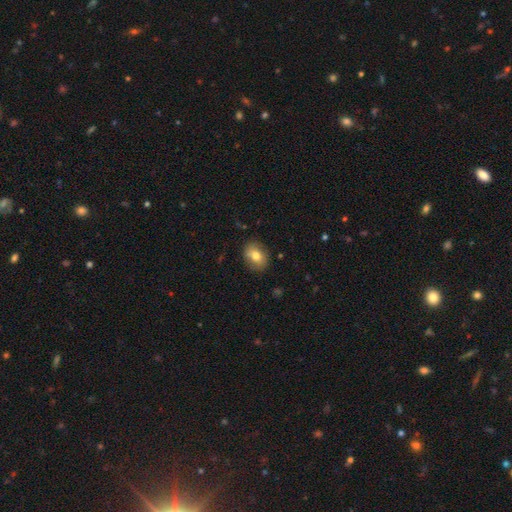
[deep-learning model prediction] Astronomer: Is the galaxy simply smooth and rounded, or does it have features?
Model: smooth — 74%.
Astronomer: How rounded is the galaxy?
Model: in between — 59% (runner-up: round, 40%).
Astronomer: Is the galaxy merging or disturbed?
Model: none — 83%.